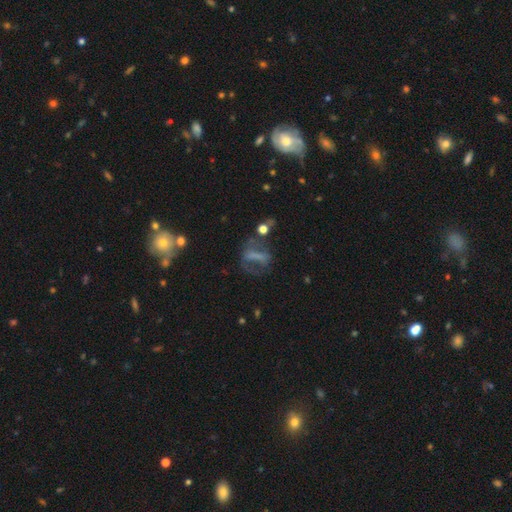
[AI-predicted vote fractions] Q: Smooth or featured?
A: featured or disk (47%); runner-up: smooth (35%)
Q: Merging?
A: none (44%); runner-up: major disturbance (30%)